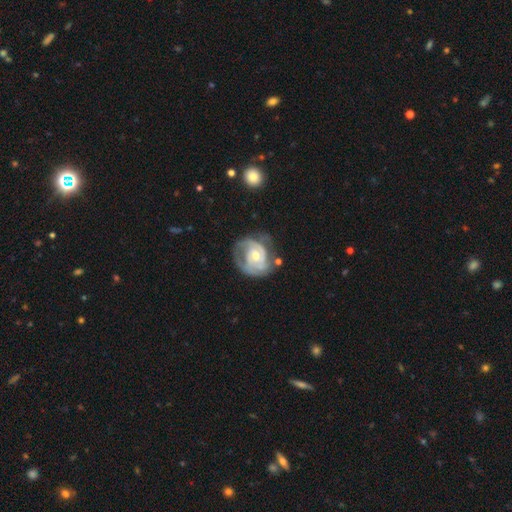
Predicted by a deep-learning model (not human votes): Smooth or featured?
  - featured or disk: 81% *
  - smooth: 14%
  - star or artifact: 5%
Edge-on disk?
  - no: 98% *
  - yes: 2%
Bar?
  - no: 67% *
  - weak: 27%
  - strong: 6%
Spiral arms?
  - yes: 87% *
  - no: 13%
Spiral winding?
  - tight: 56% *
  - medium: 33%
  - loose: 11%
Spiral arm count?
  - 2: 38% *
  - can't tell: 30%
  - 3: 18%
  - 1: 8%
  - 4: 4%
  - more than 4: 3%
Bulge size?
  - moderate: 61% *
  - small: 33%
  - large: 4%
  - none: 1%
  - dominant: 1%
Merging?
  - none: 49% *
  - minor disturbance: 26%
  - major disturbance: 21%
  - merger: 4%